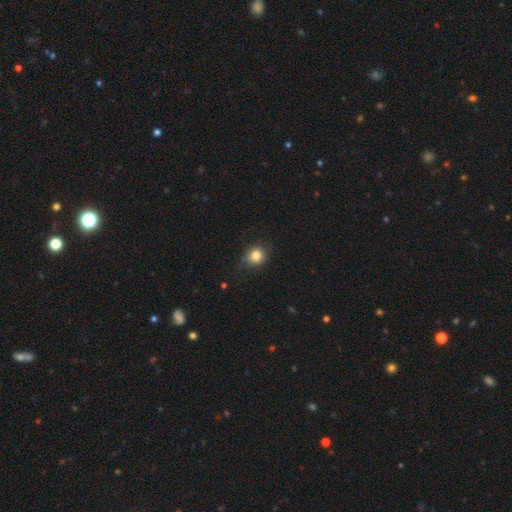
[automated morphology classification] Smooth or featured? smooth (80%)
How rounded? round (80%)
Merging? none (69%)